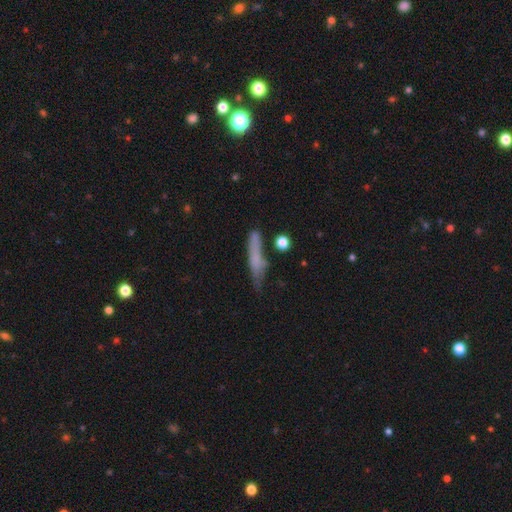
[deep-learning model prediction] Smooth or featured?
  - smooth: 61% *
  - featured or disk: 29%
  - star or artifact: 10%
How rounded?
  - cigar-shaped: 86% *
  - in between: 12%
  - round: 3%
Merging?
  - none: 59% *
  - minor disturbance: 26%
  - major disturbance: 10%
  - merger: 5%